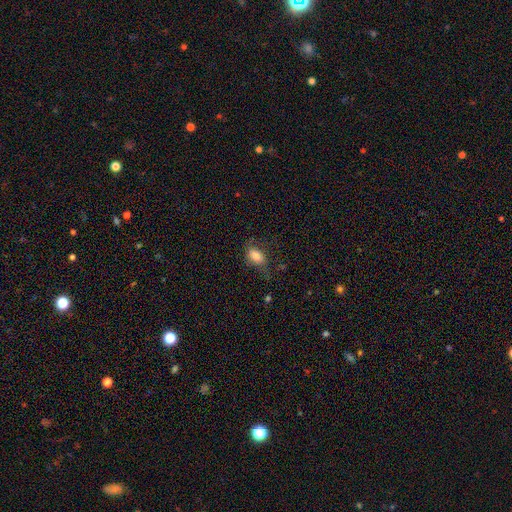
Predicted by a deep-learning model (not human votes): smooth_or_featured: smooth (p=0.79) [alt: featured or disk p=0.12]
how_rounded: in between (p=0.88) [alt: round p=0.07]
merging: none (p=0.52) [alt: minor disturbance p=0.27]